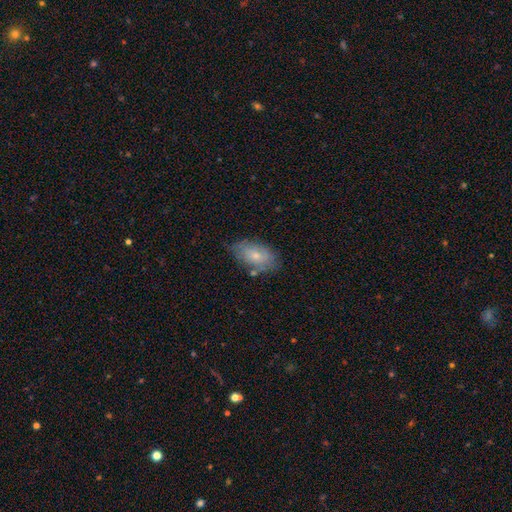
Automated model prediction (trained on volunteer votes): A smooth galaxy with no disk features (67%) that is in between round and cigar-shaped (92%). Merging: none (66%).